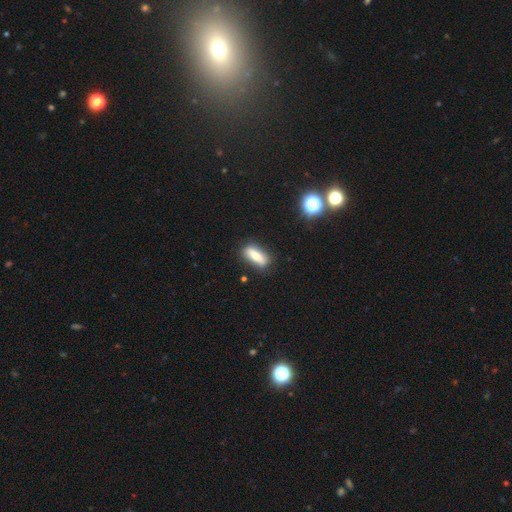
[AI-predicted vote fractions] Smooth or featured?
  - smooth: 71% *
  - featured or disk: 21%
  - star or artifact: 9%
How rounded?
  - in between: 52% *
  - cigar-shaped: 45%
  - round: 3%
Merging?
  - none: 81% *
  - minor disturbance: 13%
  - major disturbance: 3%
  - merger: 2%